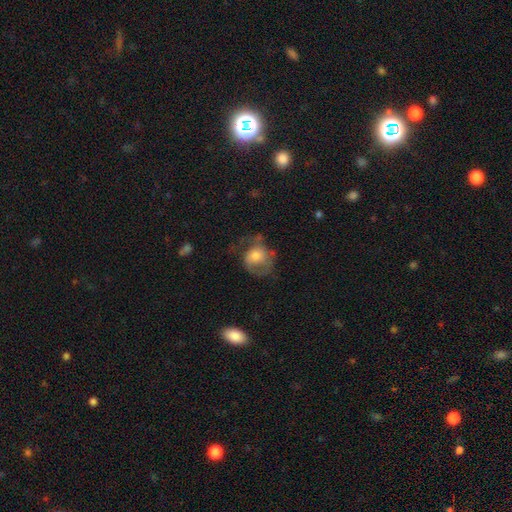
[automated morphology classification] smooth-or-featured: smooth: 54% | featured or disk: 39% | star or artifact: 8%
  how-rounded: round: 67% | in between: 32% | cigar-shaped: 1%
  merging: major disturbance: 38% | none: 35% | minor disturbance: 25% | merger: 3%